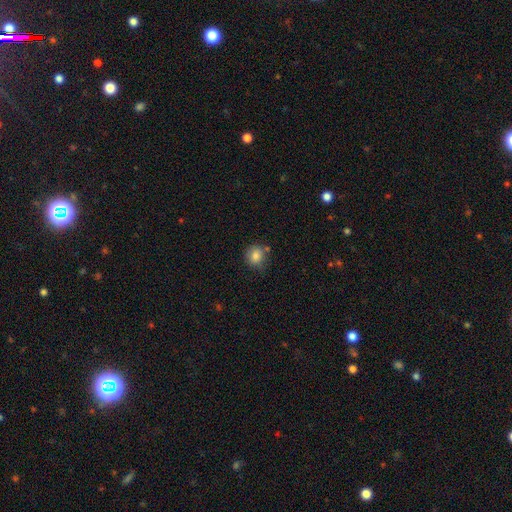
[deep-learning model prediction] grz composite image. It shows a smooth galaxy with no disk features (83%) that is round (79%). Merging: none (72%).